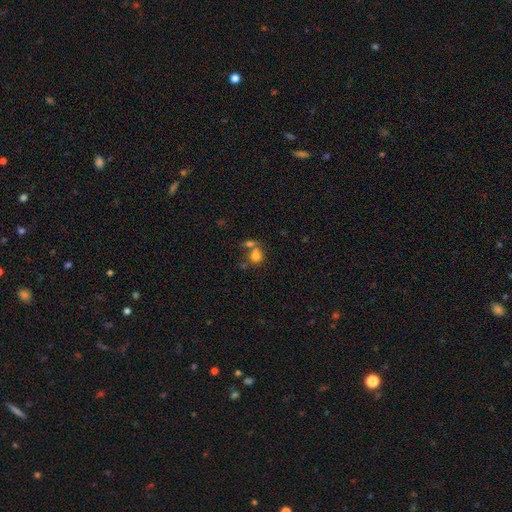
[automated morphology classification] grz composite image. It shows a smooth galaxy with no disk features (75%) that is round (69%). Merging: merger (45%).